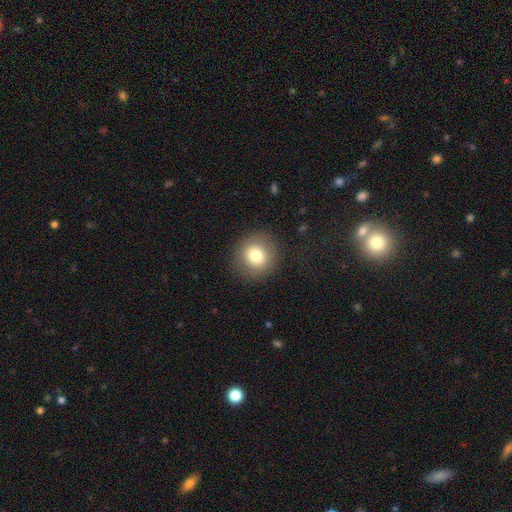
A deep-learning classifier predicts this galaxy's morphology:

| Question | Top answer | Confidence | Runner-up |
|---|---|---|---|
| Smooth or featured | smooth | 78% | featured or disk (12%) |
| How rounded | round | 91% | in between (8%) |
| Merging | none | 88% | minor disturbance (7%) |